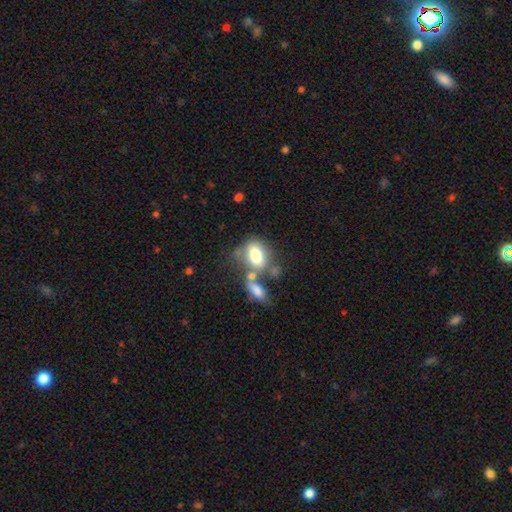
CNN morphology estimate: Smooth or featured: smooth — 76% (featured or disk — 16%)
How rounded: in between — 84% (round — 14%)
Merging: none — 38% (merger — 36%)